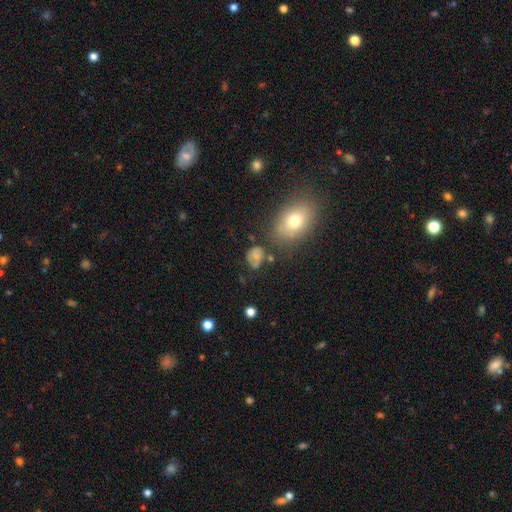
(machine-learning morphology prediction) Overall: smooth (60%; featured or disk 26%). How rounded: in between (61%; round 37%). Merging: none (53%; minor disturbance 24%).